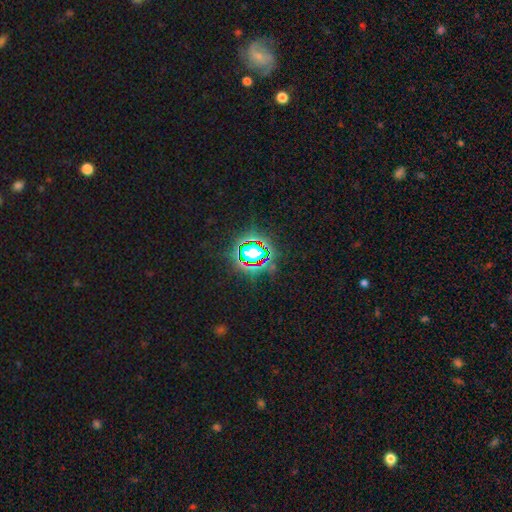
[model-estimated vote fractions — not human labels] Smooth or featured? Predicted: star or artifact (p=0.72).